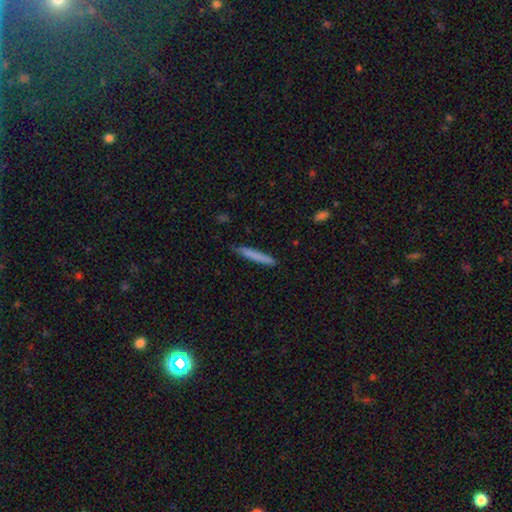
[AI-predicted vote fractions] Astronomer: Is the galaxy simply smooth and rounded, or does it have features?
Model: smooth — 76%.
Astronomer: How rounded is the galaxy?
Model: cigar-shaped — 96%.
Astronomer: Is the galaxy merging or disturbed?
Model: none — 87%.